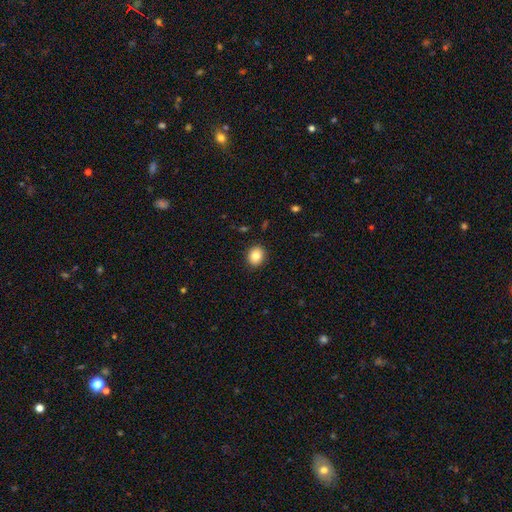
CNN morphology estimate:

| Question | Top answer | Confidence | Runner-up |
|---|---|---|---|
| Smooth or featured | smooth | 85% | star or artifact (9%) |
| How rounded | round | 55% | in between (44%) |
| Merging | none | 89% | minor disturbance (7%) |